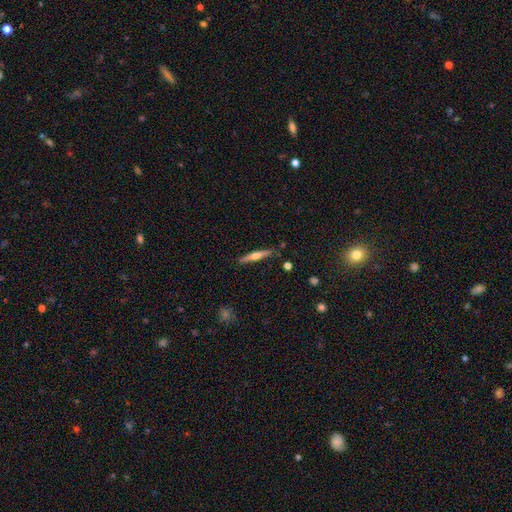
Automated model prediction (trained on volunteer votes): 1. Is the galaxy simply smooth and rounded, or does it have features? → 58% featured or disk, 37% smooth, 6% star or artifact.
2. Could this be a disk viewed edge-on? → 97% yes, 3% no.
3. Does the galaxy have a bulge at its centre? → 89% rounded, 7% none, 5% boxy.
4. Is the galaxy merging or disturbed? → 87% none, 9% minor disturbance, 2% merger, 2% major disturbance.